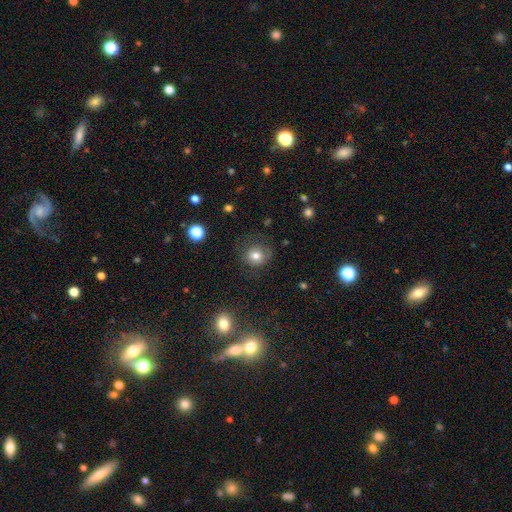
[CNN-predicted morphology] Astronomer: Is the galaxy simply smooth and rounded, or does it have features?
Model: smooth — 75%.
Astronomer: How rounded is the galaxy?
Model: round — 84%.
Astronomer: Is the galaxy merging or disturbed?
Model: none — 72%.